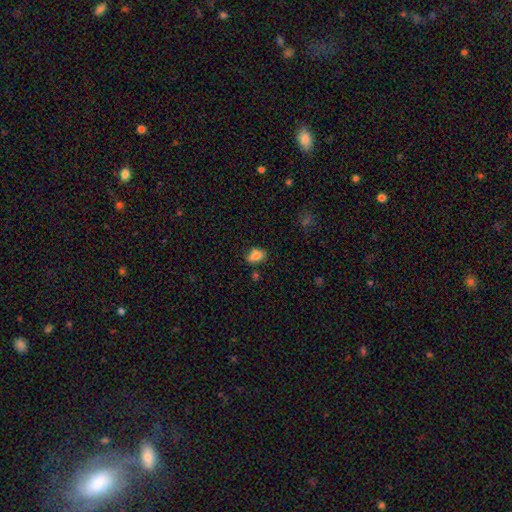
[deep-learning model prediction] Q: Smooth or featured?
A: smooth (81%); runner-up: star or artifact (10%)
Q: How rounded?
A: in between (85%); runner-up: round (12%)
Q: Merging?
A: none (72%); runner-up: minor disturbance (18%)